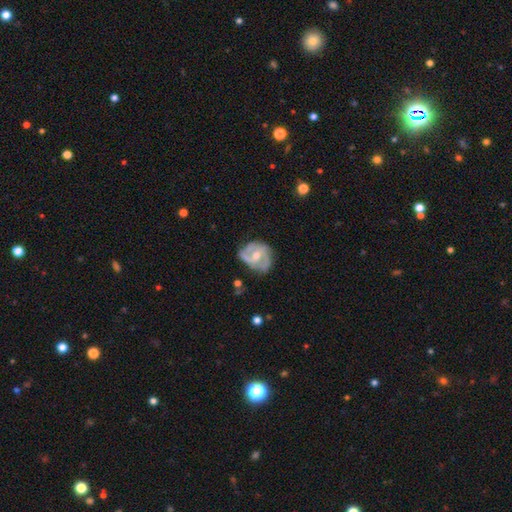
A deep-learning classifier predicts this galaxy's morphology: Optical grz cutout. It shows a featured or disk galaxy (80%) with no bar (55%), 2 (42%) medium (47%) spiral arms (90%) and a moderate central bulge (63%). Merging: none (56%).